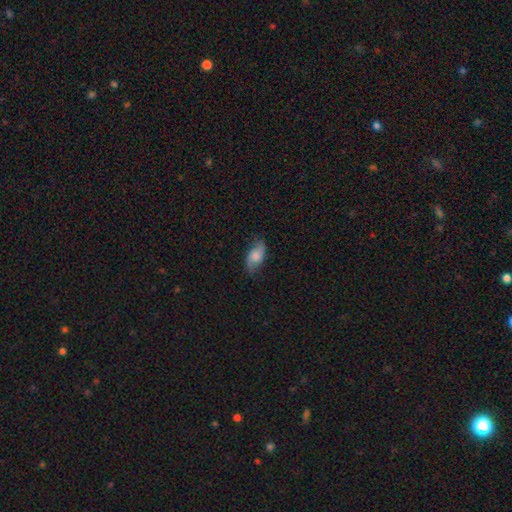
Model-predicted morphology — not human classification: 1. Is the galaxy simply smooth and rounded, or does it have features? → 52% smooth, 40% featured or disk, 8% star or artifact.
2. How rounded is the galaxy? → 89% in between, 6% round, 5% cigar-shaped.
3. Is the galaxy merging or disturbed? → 73% none, 20% minor disturbance, 6% major disturbance, 1% merger.